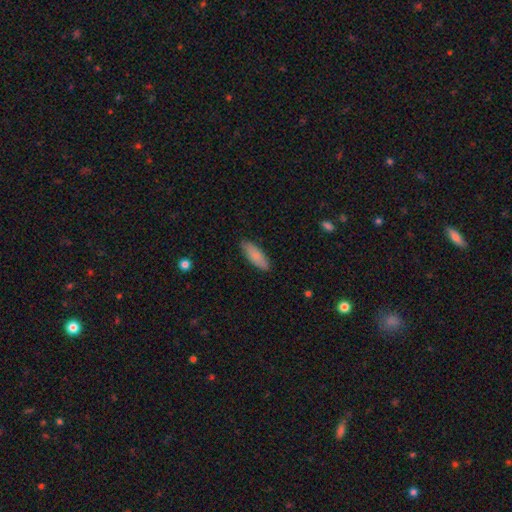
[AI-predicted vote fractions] Smooth or featured? smooth (86%)
How rounded? in between (63%)
Merging? none (87%)